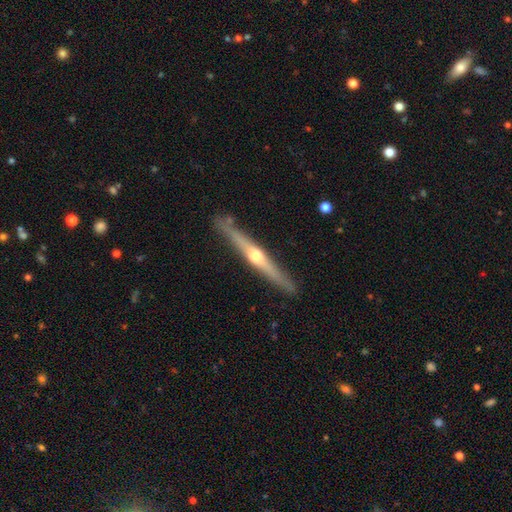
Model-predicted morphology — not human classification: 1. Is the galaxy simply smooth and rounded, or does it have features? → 76% featured or disk, 19% smooth, 5% star or artifact.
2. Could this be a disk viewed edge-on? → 98% yes, 2% no.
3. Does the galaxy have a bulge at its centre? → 92% rounded, 5% none, 3% boxy.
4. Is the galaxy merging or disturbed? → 87% none, 10% minor disturbance, 2% merger, 2% major disturbance.